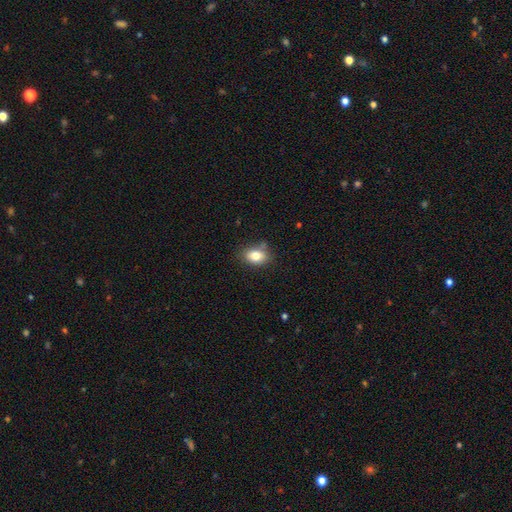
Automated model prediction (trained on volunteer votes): A smooth galaxy with no disk features (80%) that is in between round and cigar-shaped (73%). Merging: none (75%).